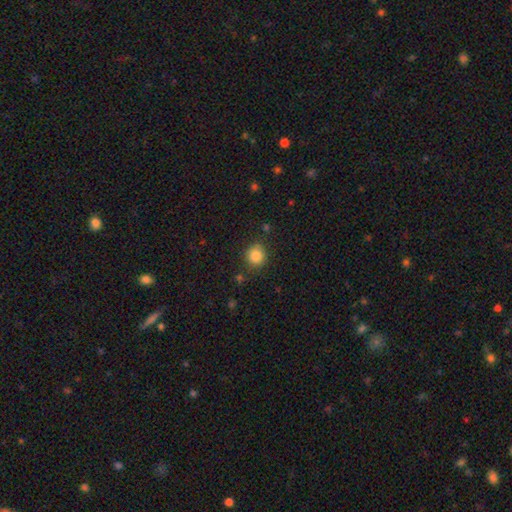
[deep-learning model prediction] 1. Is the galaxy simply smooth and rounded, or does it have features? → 85% smooth, 11% star or artifact, 5% featured or disk.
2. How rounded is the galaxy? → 88% round, 11% in between, 1% cigar-shaped.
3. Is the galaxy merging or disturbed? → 81% none, 12% minor disturbance, 3% merger, 3% major disturbance.